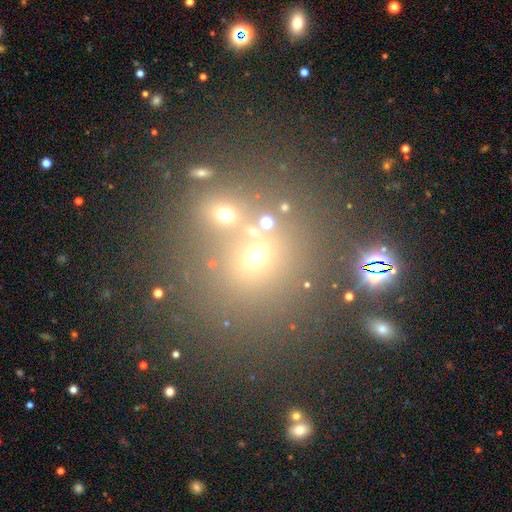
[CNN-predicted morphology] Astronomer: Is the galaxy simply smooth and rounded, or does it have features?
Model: smooth — 47% (runner-up: star or artifact, 41%).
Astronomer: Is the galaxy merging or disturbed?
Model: none — 62%.